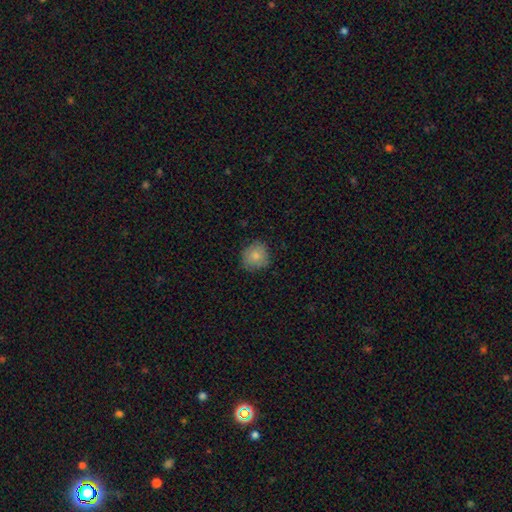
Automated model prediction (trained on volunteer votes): Smooth or featured?
  - smooth: 81% *
  - featured or disk: 11%
  - star or artifact: 8%
How rounded?
  - round: 86% *
  - in between: 13%
  - cigar-shaped: 1%
Merging?
  - none: 77% *
  - minor disturbance: 19%
  - major disturbance: 3%
  - merger: 1%